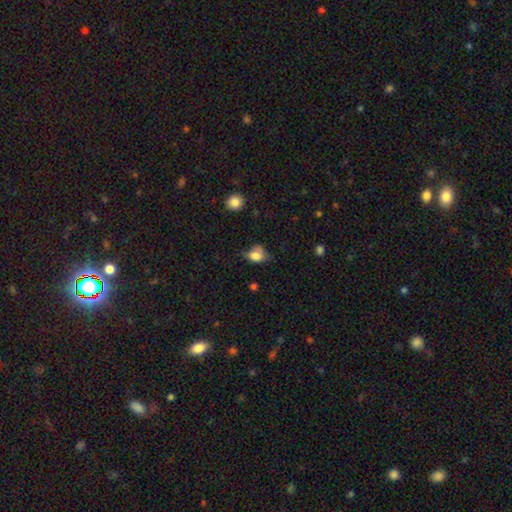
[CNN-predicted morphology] smooth-or-featured: smooth: 77% | featured or disk: 13% | star or artifact: 10%
  how-rounded: in between: 66% | round: 33% | cigar-shaped: 2%
  merging: minor disturbance: 38% | none: 36% | major disturbance: 19% | merger: 7%